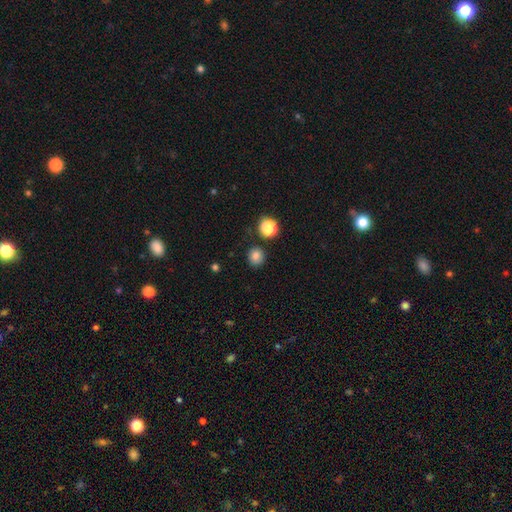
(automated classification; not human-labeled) This appears to be a smooth galaxy with no disk features (82%) that is round (87%). Merging: none (85%).